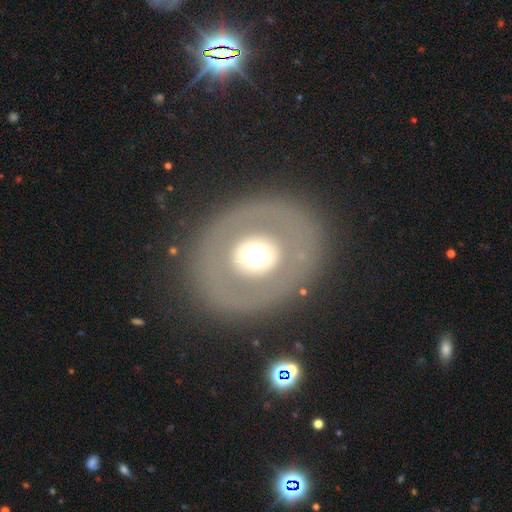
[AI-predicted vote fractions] This is possibly a featured or disk galaxy (48%). Merging: clearly none (83%).